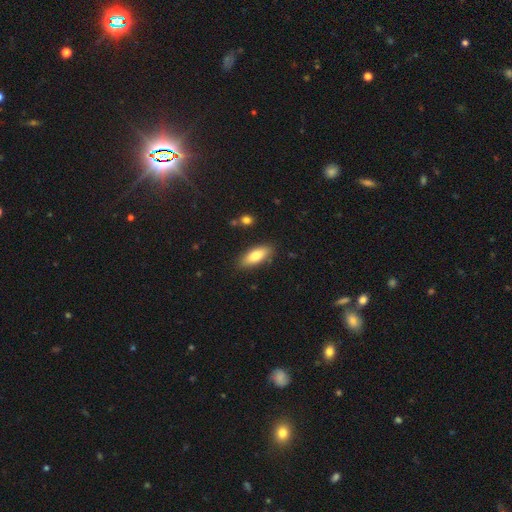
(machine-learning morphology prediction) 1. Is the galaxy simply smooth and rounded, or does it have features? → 76% smooth, 18% featured or disk, 6% star or artifact.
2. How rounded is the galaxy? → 73% in between, 24% cigar-shaped, 2% round.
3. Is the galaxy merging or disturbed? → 85% none, 10% minor disturbance, 2% major disturbance, 2% merger.